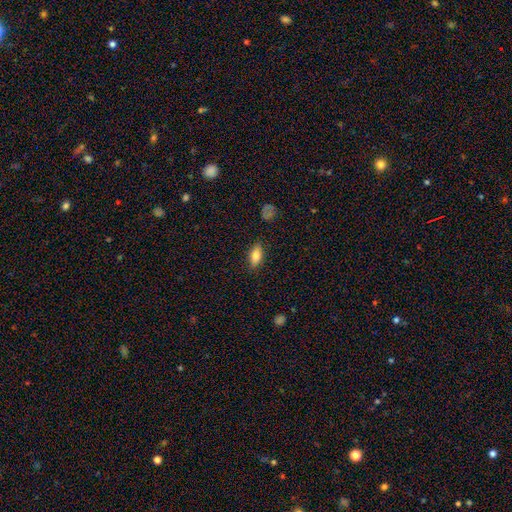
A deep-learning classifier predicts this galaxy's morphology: This is likely a smooth galaxy (77%). How rounded: clearly in between (82%). Merging: clearly none (85%).